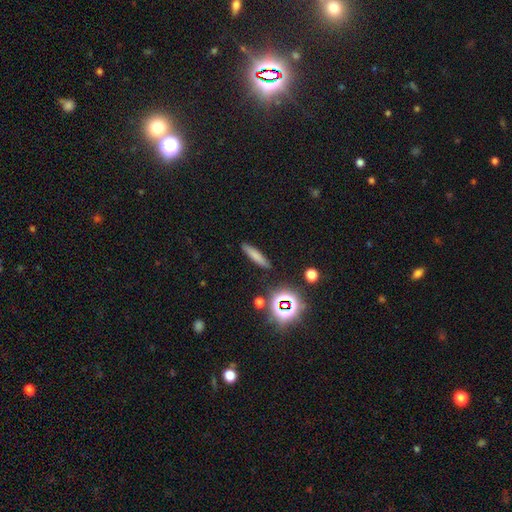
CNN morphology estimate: Smooth or featured: smooth — 71% (star or artifact — 15%)
How rounded: cigar-shaped — 86% (in between — 11%)
Merging: none — 87% (minor disturbance — 9%)